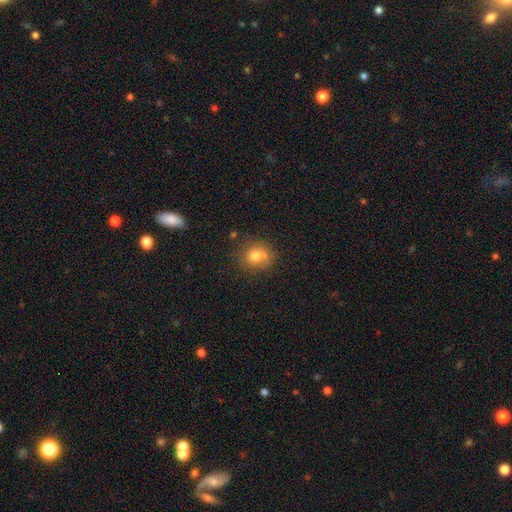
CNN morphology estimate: This appears to be a smooth galaxy with no disk features (73%) that is round (78%). Merging: none (61%).